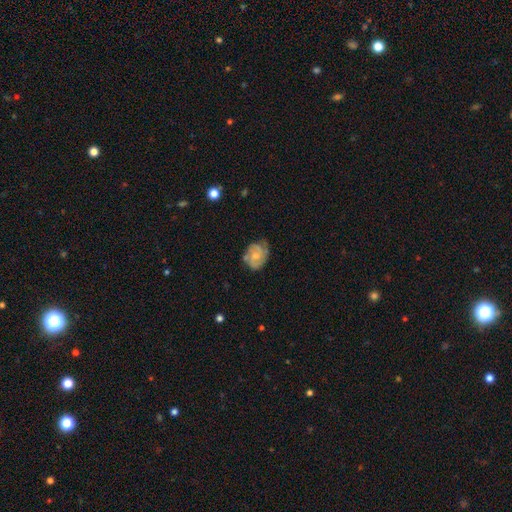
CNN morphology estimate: Overall: featured or disk (60%; smooth 33%). Edge-on disk: no (97%). Bar: no (74%). Spiral arms: yes (80%). Bulge size: small (45%; moderate 43%). Merging: none (54%; minor disturbance 30%).